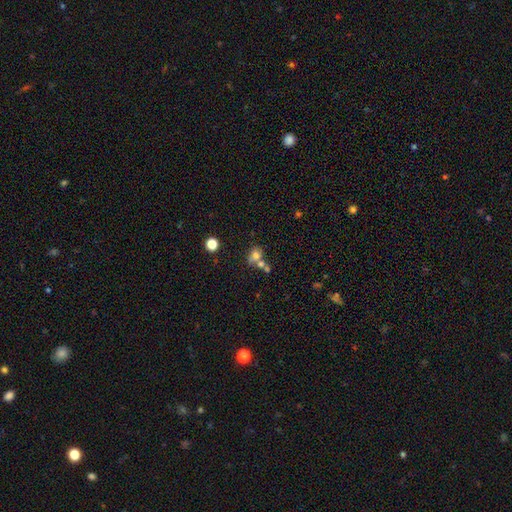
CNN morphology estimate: smooth 68%, featured or disk 18%, star or artifact 14%. Down the decision tree: how rounded — round (59%); merging — merger (43%).